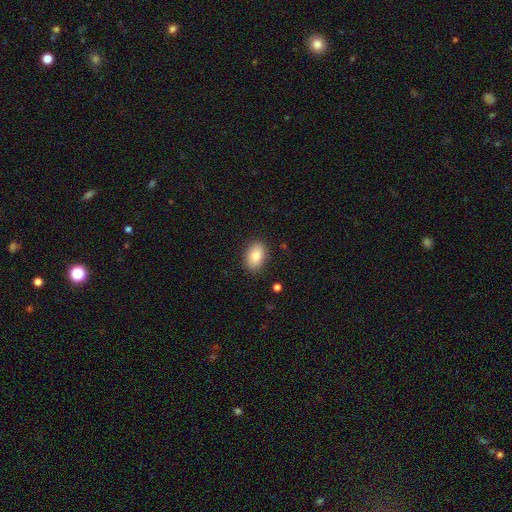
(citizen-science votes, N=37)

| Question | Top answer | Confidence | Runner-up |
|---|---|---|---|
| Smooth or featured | smooth | 89% | star or artifact (8%) |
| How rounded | in between | 91% | round (9%) |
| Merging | none | 85% | minor disturbance (12%) |